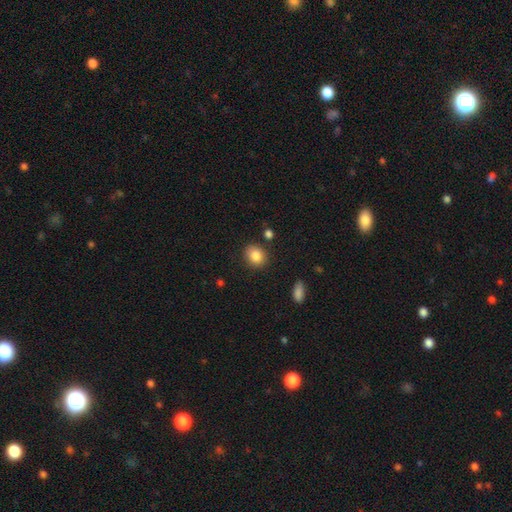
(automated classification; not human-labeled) Q: Smooth or featured?
A: smooth (86%); runner-up: star or artifact (9%)
Q: How rounded?
A: round (67%); runner-up: in between (32%)
Q: Merging?
A: none (84%); runner-up: minor disturbance (10%)